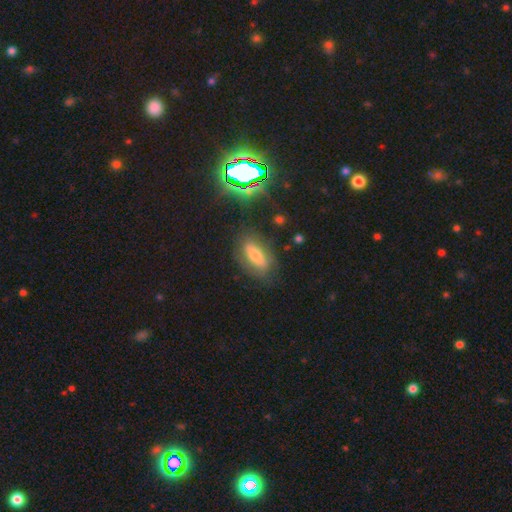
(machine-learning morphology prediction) Smooth or featured?
  - smooth: 54% *
  - featured or disk: 28%
  - star or artifact: 18%
How rounded?
  - in between: 77% *
  - cigar-shaped: 18%
  - round: 5%
Merging?
  - none: 75% *
  - minor disturbance: 16%
  - major disturbance: 7%
  - merger: 2%